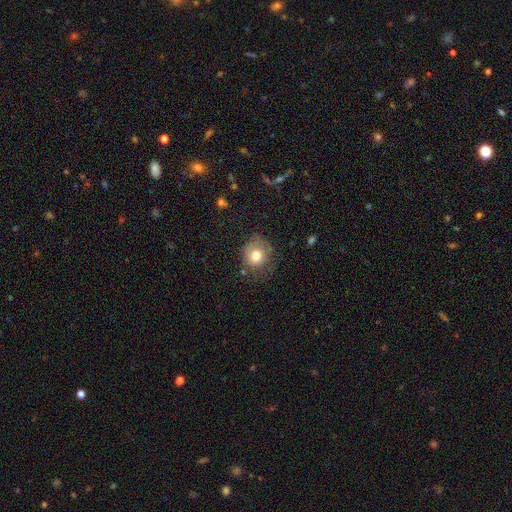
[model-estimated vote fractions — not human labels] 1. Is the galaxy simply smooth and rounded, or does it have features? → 75% smooth, 15% featured or disk, 10% star or artifact.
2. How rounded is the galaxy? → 81% round, 18% in between, 1% cigar-shaped.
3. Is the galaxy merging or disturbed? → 61% none, 25% minor disturbance, 12% major disturbance, 2% merger.